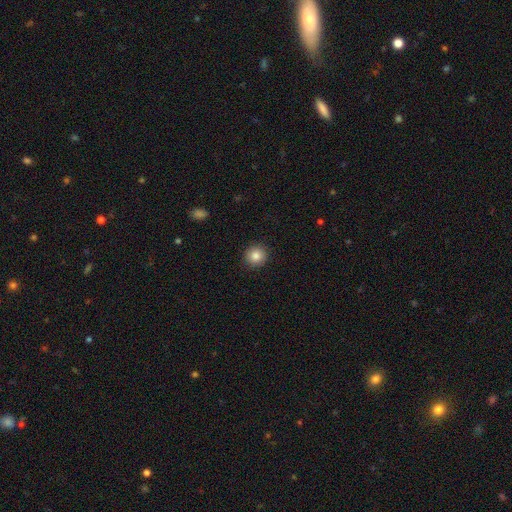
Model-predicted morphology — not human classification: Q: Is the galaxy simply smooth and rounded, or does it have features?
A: smooth — 85%.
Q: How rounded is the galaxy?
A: round — 90%.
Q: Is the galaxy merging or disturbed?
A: none — 91%.